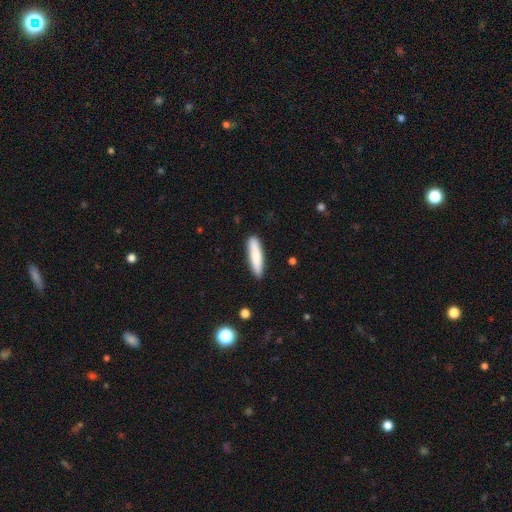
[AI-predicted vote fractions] Smooth or featured: smooth — 82% (featured or disk — 12%)
How rounded: cigar-shaped — 80% (in between — 18%)
Merging: none — 88% (minor disturbance — 9%)